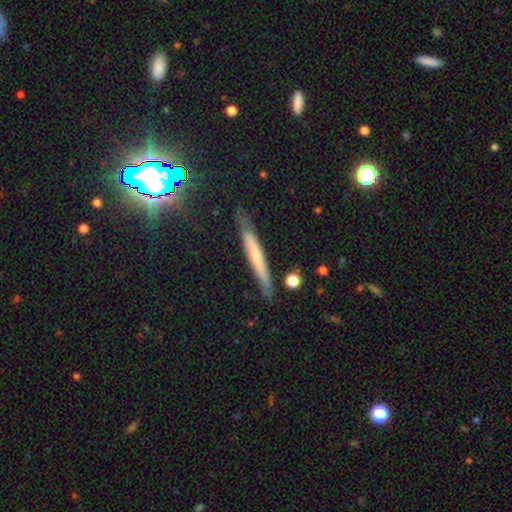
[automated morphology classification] A featured or disk galaxy (46%).

Vote fractions:
- Smooth or featured? featured or disk: 46% / smooth: 44% / star or artifact: 10%
- Merging? none: 79% / minor disturbance: 16% / major disturbance: 3% / merger: 2%